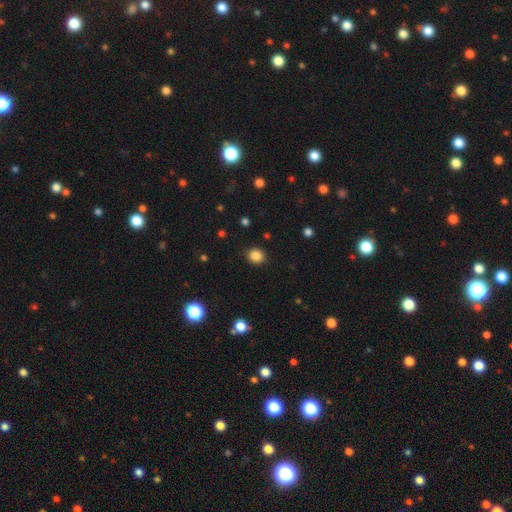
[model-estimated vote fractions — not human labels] Morphology: type=smooth (86%); roundness=round (84%); merging=none (90%).